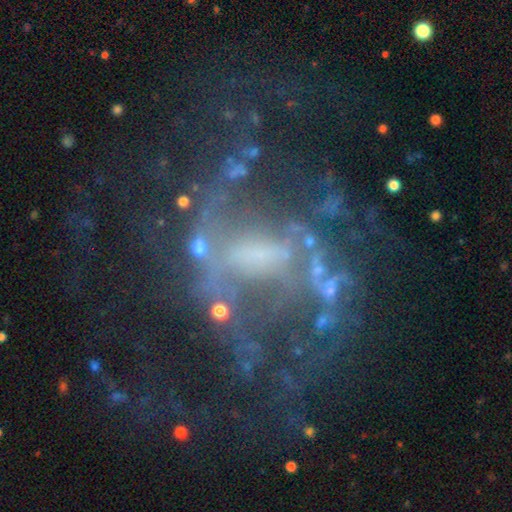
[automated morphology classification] Smooth or featured? featured or disk (78%)
Edge-on disk? no (97%)
Bar? weak (40%)
Spiral arms? yes (68%)
Spiral winding? loose (42%)
Spiral arm count? 2 (44%)
Bulge size? small (40%)
Merging? none (47%)